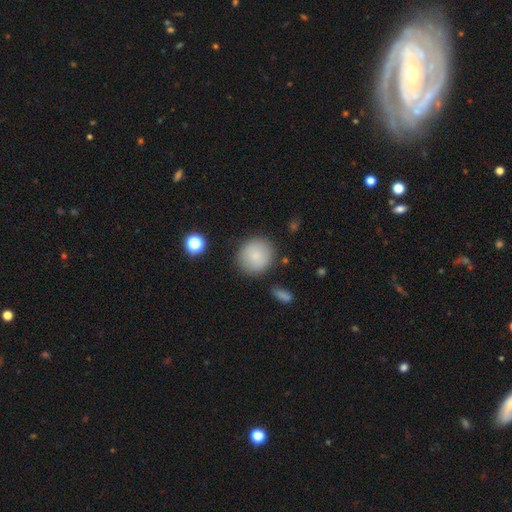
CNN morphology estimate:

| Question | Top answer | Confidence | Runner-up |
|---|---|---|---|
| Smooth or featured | smooth | 85% | star or artifact (8%) |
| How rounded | round | 88% | in between (11%) |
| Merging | none | 84% | minor disturbance (10%) |